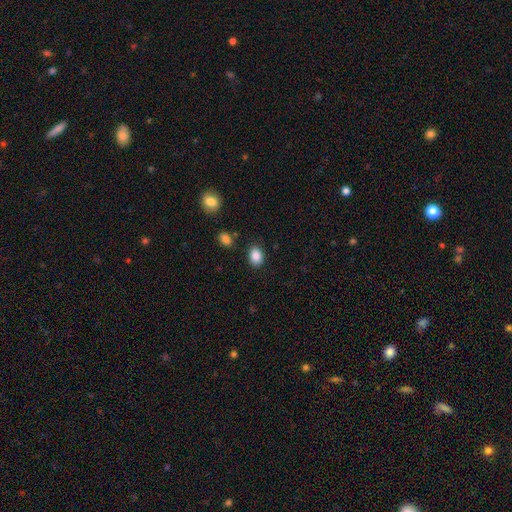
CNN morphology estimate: A smooth galaxy with no disk features (87%) that is in between round and cigar-shaped (68%).

Vote fractions:
- Smooth or featured? smooth: 87% / star or artifact: 9% / featured or disk: 4%
- How rounded? in between: 68% / round: 31% / cigar-shaped: 1%
- Merging? none: 84% / minor disturbance: 10% / major disturbance: 3% / merger: 3%